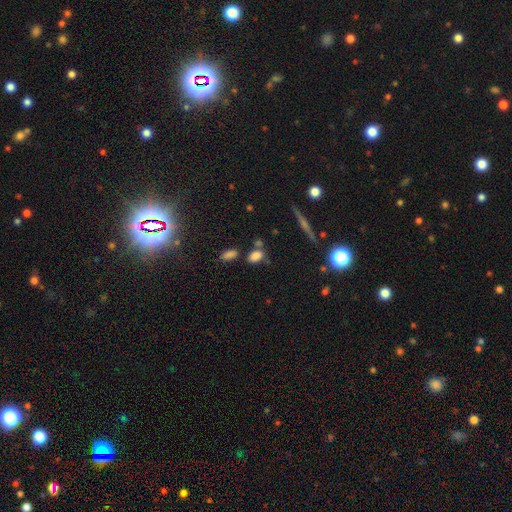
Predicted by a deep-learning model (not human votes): Q: Smooth or featured?
A: smooth (80%); runner-up: star or artifact (12%)
Q: How rounded?
A: in between (87%); runner-up: round (9%)
Q: Merging?
A: none (57%); runner-up: merger (19%)